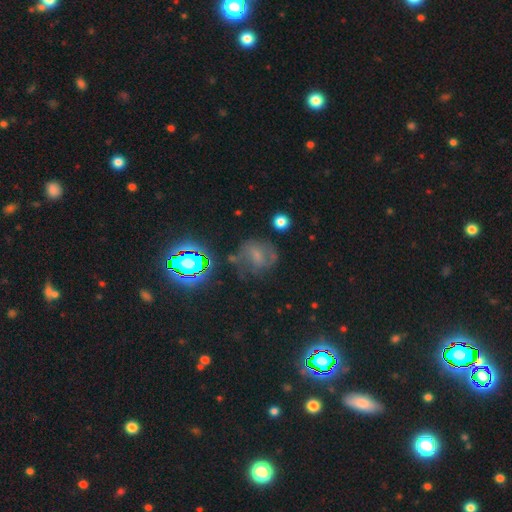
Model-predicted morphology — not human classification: type=featured or disk (44%); merging=none (54%).